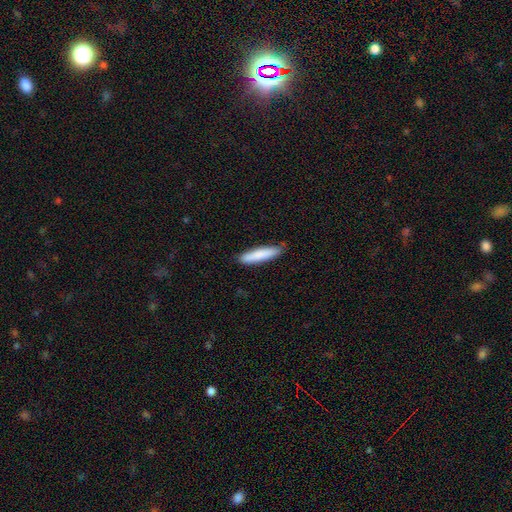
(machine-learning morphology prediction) This is clearly a smooth galaxy (82%). How rounded: clearly cigar-shaped (89%). Merging: clearly none (87%).